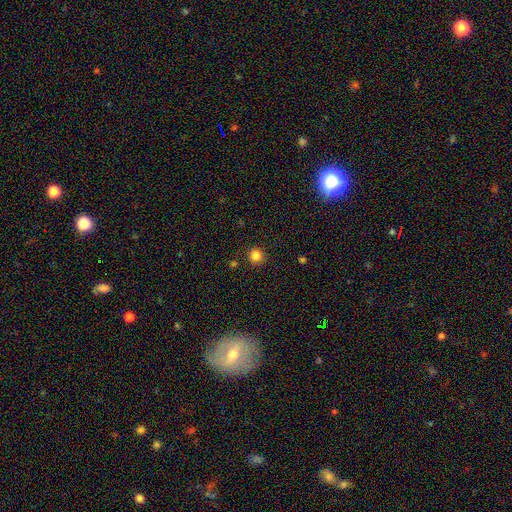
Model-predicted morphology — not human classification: A smooth galaxy with no disk features (83%) that is round (93%).

Vote fractions:
- Smooth or featured? smooth: 83% / star or artifact: 13% / featured or disk: 4%
- How rounded? round: 93% / in between: 7% / cigar-shaped: 1%
- Merging? none: 90% / minor disturbance: 6% / major disturbance: 2% / merger: 2%